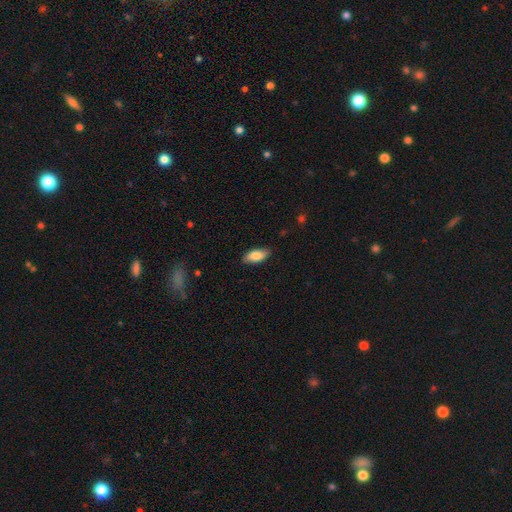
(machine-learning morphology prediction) type=smooth (83%); roundness=in between (87%); merging=none (85%).